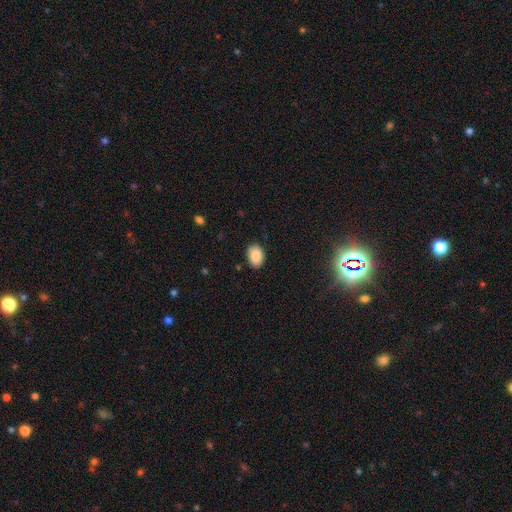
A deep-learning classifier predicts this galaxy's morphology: A smooth galaxy with no disk features (87%) that is in between round and cigar-shaped (79%). Merging: none (86%).